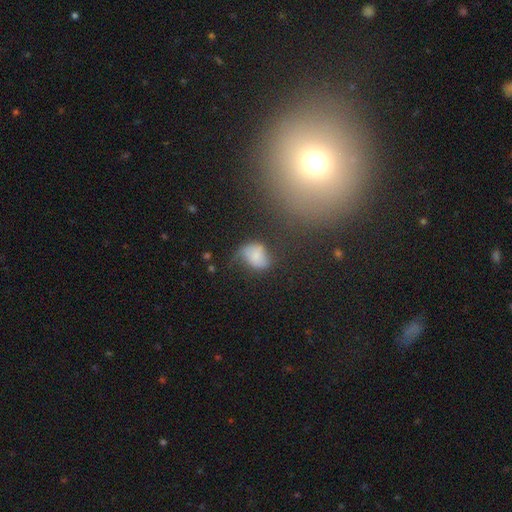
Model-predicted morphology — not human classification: Smooth or featured? smooth (58%)
How rounded? in between (72%)
Merging? none (36%)